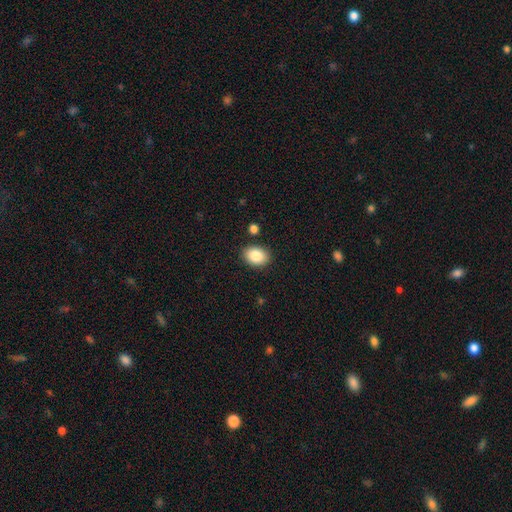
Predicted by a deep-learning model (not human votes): Q: Smooth or featured?
A: smooth (86%); runner-up: star or artifact (8%)
Q: How rounded?
A: in between (75%); runner-up: round (24%)
Q: Merging?
A: none (87%); runner-up: minor disturbance (9%)